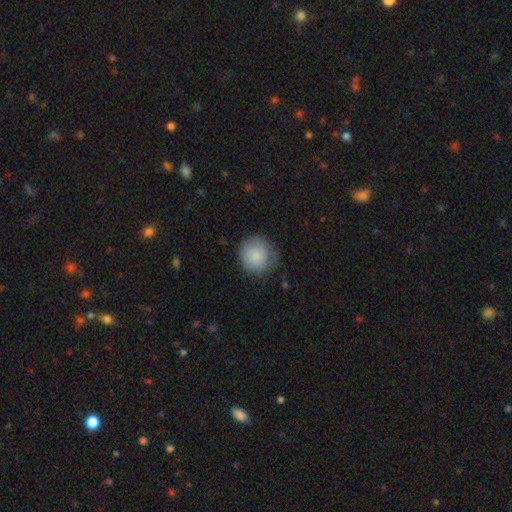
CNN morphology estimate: This is clearly a smooth galaxy (83%). How rounded: clearly round (91%). Merging: likely none (73%).